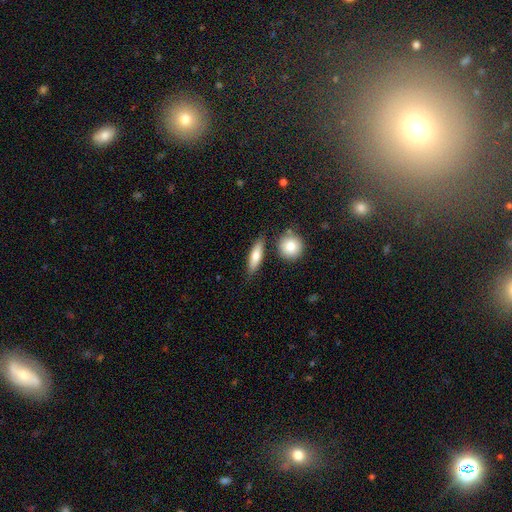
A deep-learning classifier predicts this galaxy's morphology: A smooth galaxy with no disk features (73%) that is cigar-shaped (49%). Merging: none (79%).